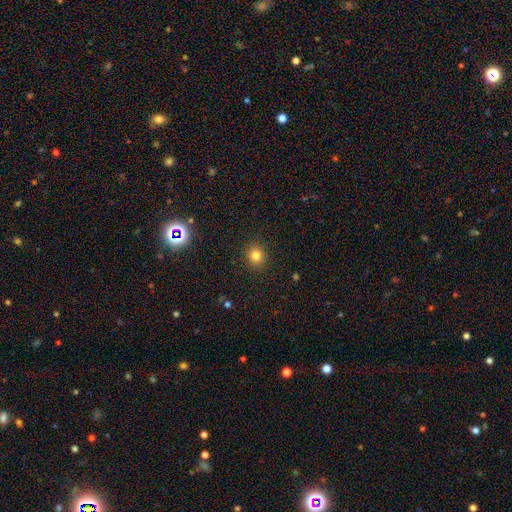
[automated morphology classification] A smooth galaxy with no disk features (81%) that is round (86%). Merging: none (91%).